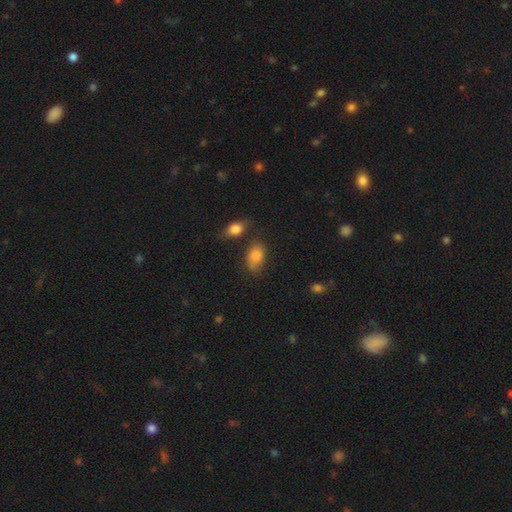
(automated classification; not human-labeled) Overall: smooth (82%). How rounded: in between (85%). Merging: none (51%; minor disturbance 28%).